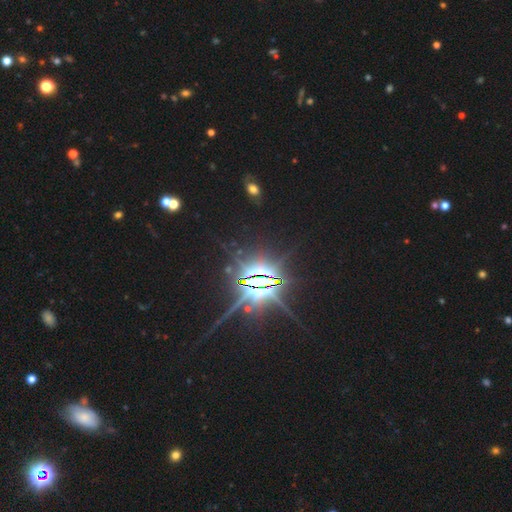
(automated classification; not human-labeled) Smooth or featured?
  - star or artifact: 88% *
  - featured or disk: 6%
  - smooth: 6%